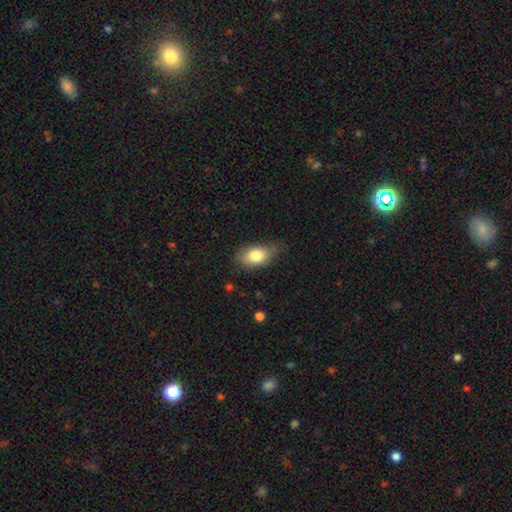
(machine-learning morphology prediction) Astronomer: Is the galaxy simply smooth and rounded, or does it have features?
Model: smooth — 80%.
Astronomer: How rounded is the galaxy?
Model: in between — 89%.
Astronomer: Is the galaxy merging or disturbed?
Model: none — 71%.